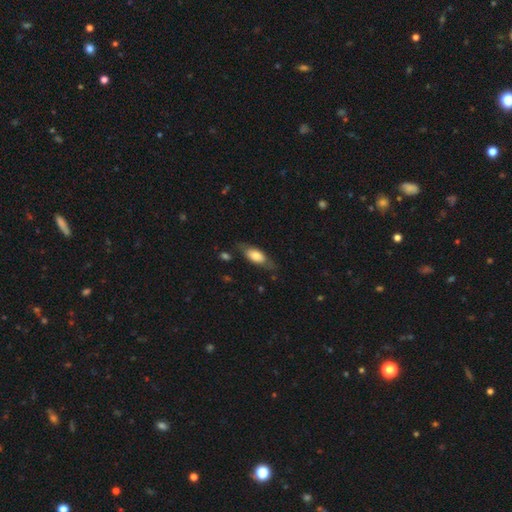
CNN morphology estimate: Smooth or featured: smooth — 66% (featured or disk — 27%)
How rounded: in between — 80% (cigar-shaped — 17%)
Merging: none — 68% (minor disturbance — 21%)